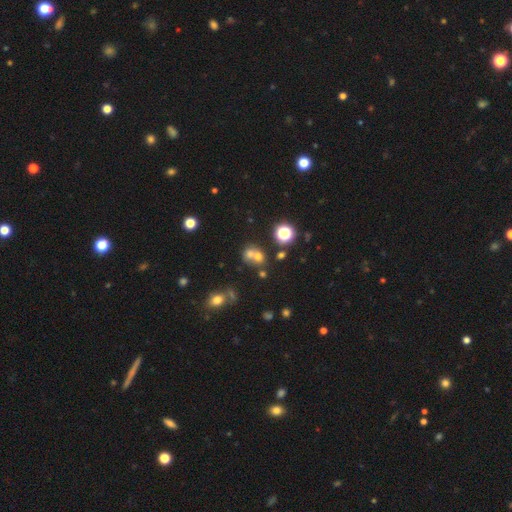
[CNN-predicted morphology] This appears to be a smooth galaxy with no disk features (61%) that is round (74%). Merging: merger (55%).